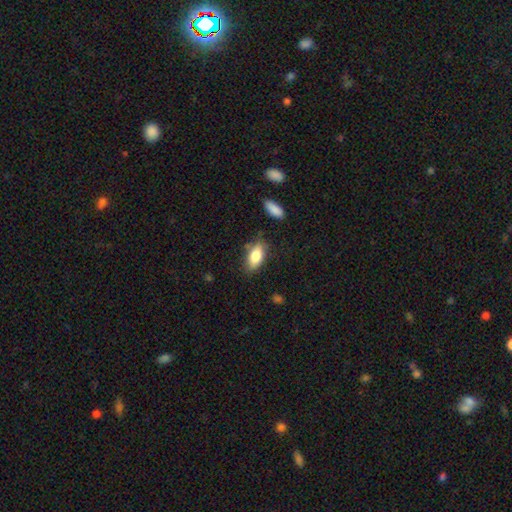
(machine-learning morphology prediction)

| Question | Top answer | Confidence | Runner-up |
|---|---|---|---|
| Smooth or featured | smooth | 82% | featured or disk (11%) |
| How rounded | in between | 85% | cigar-shaped (11%) |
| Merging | none | 76% | minor disturbance (17%) |